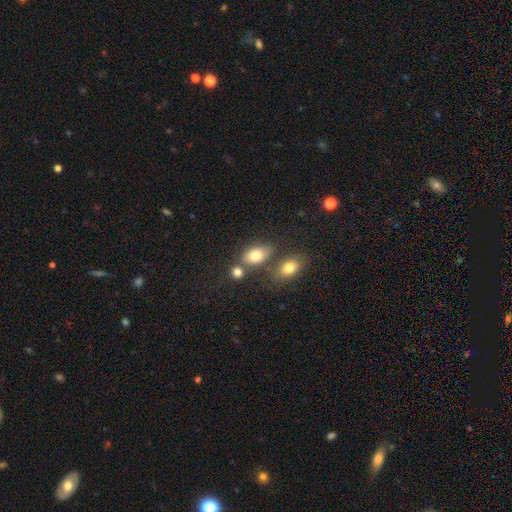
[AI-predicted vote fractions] Smooth or featured? Predicted: smooth (p=0.79). How rounded? Predicted: in between (p=0.84). Merging? Predicted: none (p=0.59).